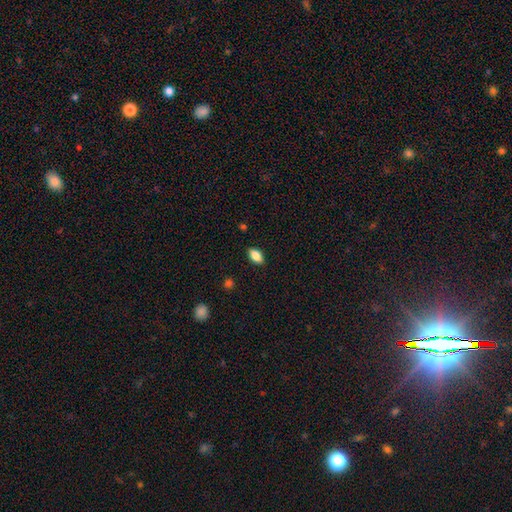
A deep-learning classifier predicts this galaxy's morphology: This is clearly a smooth galaxy (84%). How rounded: clearly in between (90%). Merging: clearly none (87%).